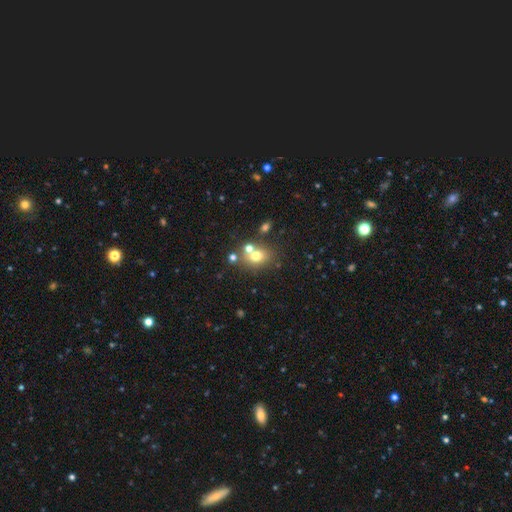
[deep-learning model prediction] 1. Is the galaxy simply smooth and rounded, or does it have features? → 68% smooth, 16% star or artifact, 16% featured or disk.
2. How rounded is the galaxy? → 55% round, 44% in between, 1% cigar-shaped.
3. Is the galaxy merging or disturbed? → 57% none, 28% merger, 11% minor disturbance, 5% major disturbance.